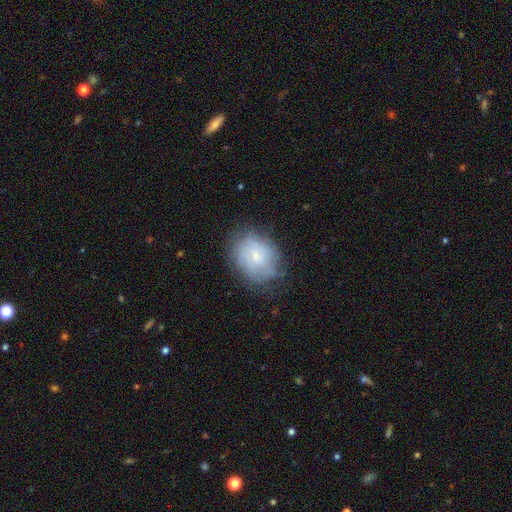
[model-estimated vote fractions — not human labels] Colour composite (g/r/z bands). It shows a smooth galaxy with no disk features (50%) that is round (55%). Merging: none (67%).